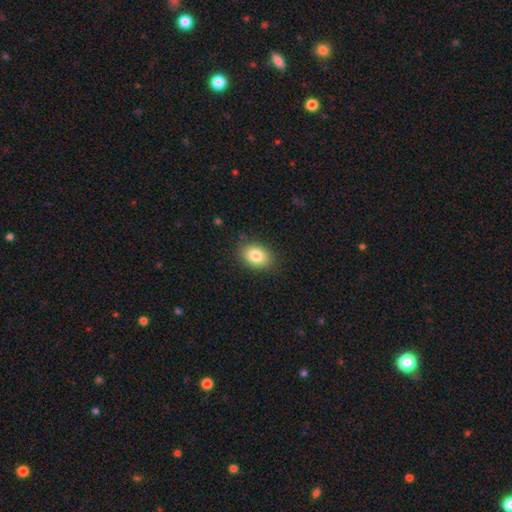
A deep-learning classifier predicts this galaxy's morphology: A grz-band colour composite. It shows a smooth galaxy with no disk features (83%) that is in between round and cigar-shaped (78%). Merging: none (85%).